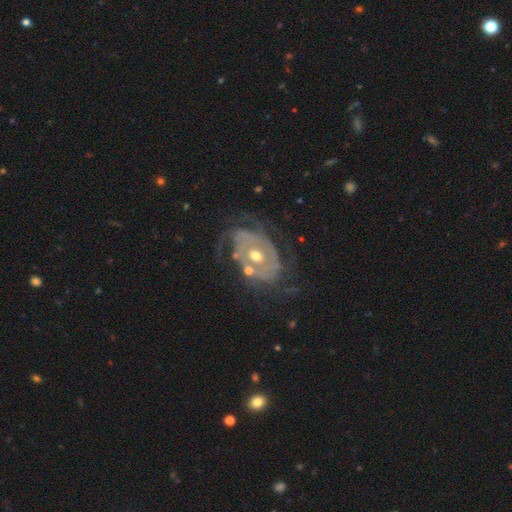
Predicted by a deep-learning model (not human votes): Smooth or featured: featured or disk — 84% (smooth — 9%)
Edge-on disk: no — 96% (yes — 4%)
Bar: no — 72% (weak — 20%)
Spiral arms: yes — 79% (no — 21%)
Spiral winding: tight — 62% (medium — 27%)
Spiral arm count: can't tell — 36% (2 — 34%)
Bulge size: moderate — 64% (small — 31%)
Merging: none — 59% (minor disturbance — 20%)